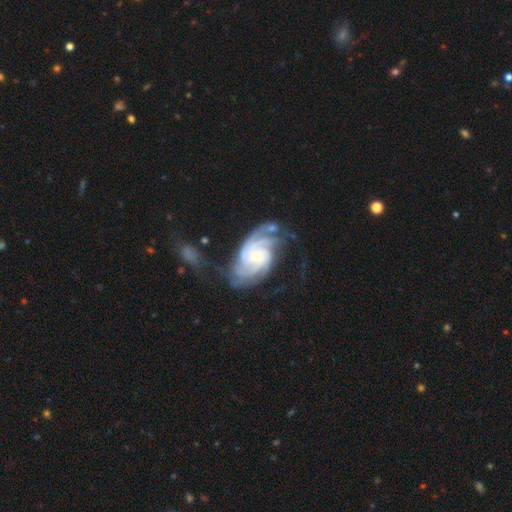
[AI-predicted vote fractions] Q: Smooth or featured?
A: featured or disk (91%); runner-up: star or artifact (5%)
Q: Edge-on disk?
A: no (97%); runner-up: yes (3%)
Q: Bar?
A: no (67%); runner-up: weak (27%)
Q: Spiral arms?
A: yes (98%); runner-up: no (2%)
Q: Spiral winding?
A: tight (62%); runner-up: medium (32%)
Q: Spiral arm count?
A: 3 (30%); runner-up: 4 (25%)
Q: Bulge size?
A: small (73%); runner-up: moderate (22%)
Q: Merging?
A: none (55%); runner-up: minor disturbance (23%)